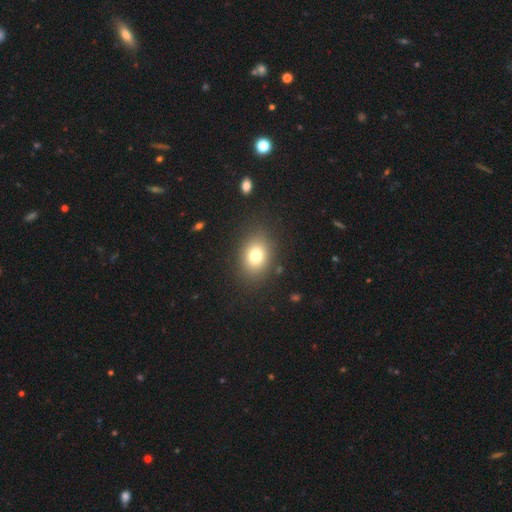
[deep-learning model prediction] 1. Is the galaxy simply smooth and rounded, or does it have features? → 77% smooth, 12% star or artifact, 11% featured or disk.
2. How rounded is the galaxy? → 57% in between, 42% round, 1% cigar-shaped.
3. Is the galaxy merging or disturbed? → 86% none, 9% minor disturbance, 4% major disturbance, 2% merger.